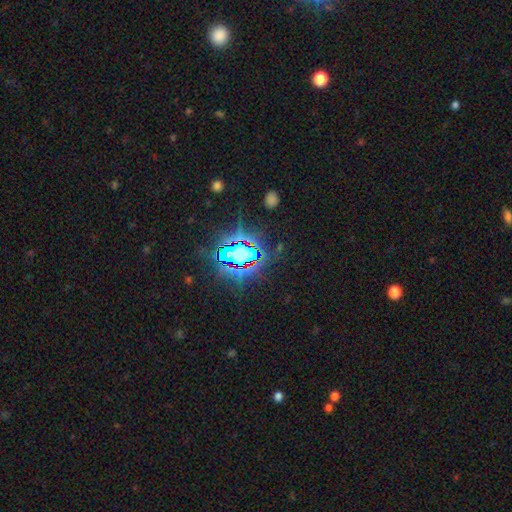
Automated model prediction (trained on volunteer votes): Smooth or featured?
  - star or artifact: 80% *
  - smooth: 11%
  - featured or disk: 8%